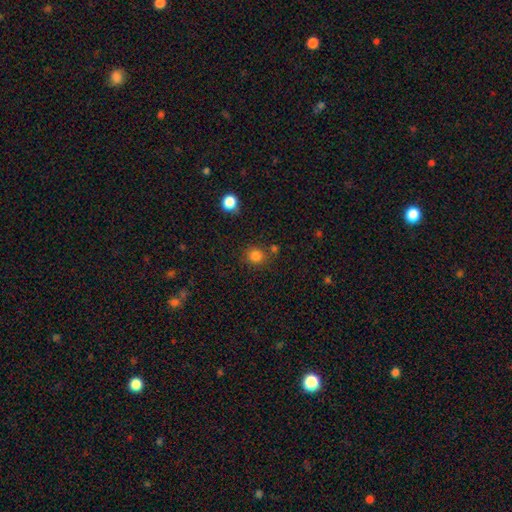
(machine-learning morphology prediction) This is clearly a smooth galaxy (83%). How rounded: clearly round (87%). Merging: likely none (77%).